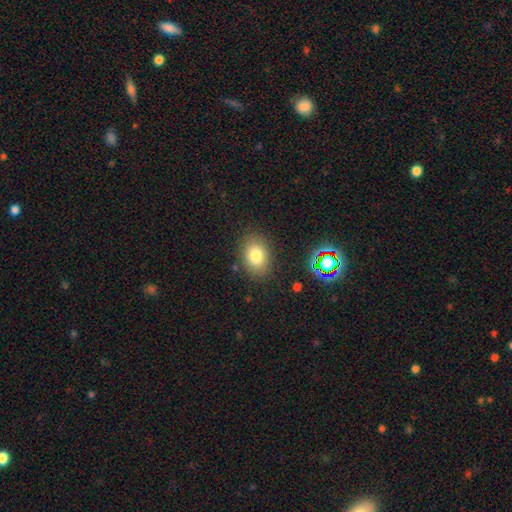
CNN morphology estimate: smooth 79%, star or artifact 11%, featured or disk 9%. Down the decision tree: how rounded — in between (73%); merging — none (84%).